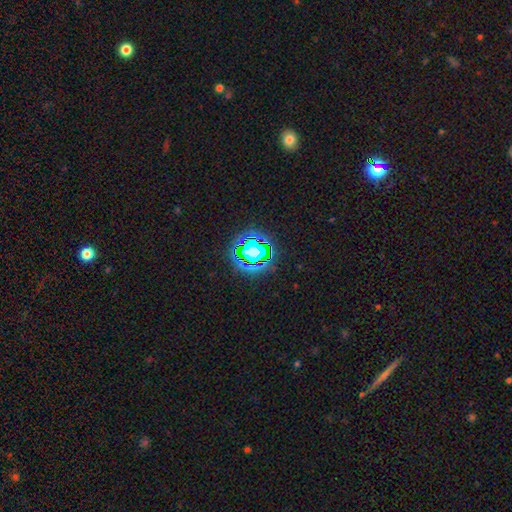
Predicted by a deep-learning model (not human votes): Smooth or featured? Predicted: star or artifact (p=0.78).